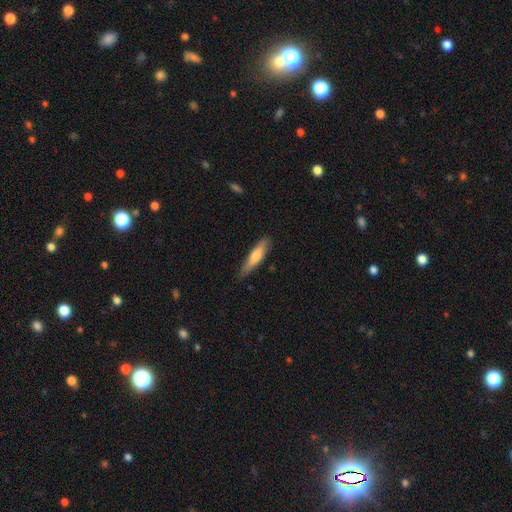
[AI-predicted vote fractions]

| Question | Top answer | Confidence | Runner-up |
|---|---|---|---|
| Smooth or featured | smooth | 67% | featured or disk (27%) |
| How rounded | cigar-shaped | 80% | in between (19%) |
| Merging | none | 81% | minor disturbance (15%) |